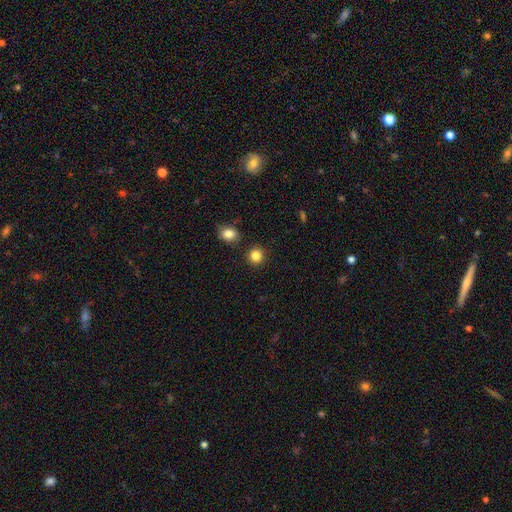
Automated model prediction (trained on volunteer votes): Smooth or featured? smooth (85%)
How rounded? round (90%)
Merging? none (88%)